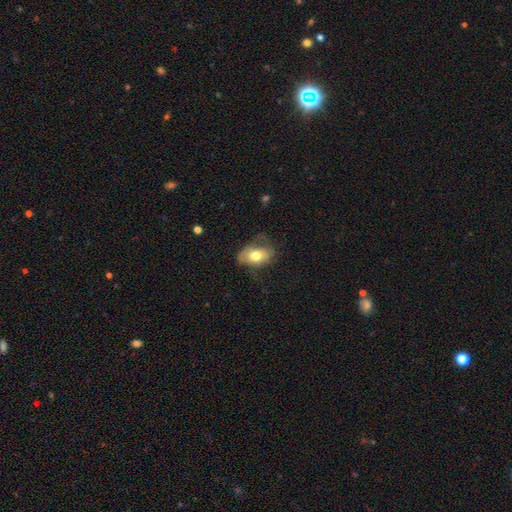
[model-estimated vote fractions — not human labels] This is likely a smooth galaxy (67%). How rounded: clearly in between (85%). Merging: possibly none (49%).